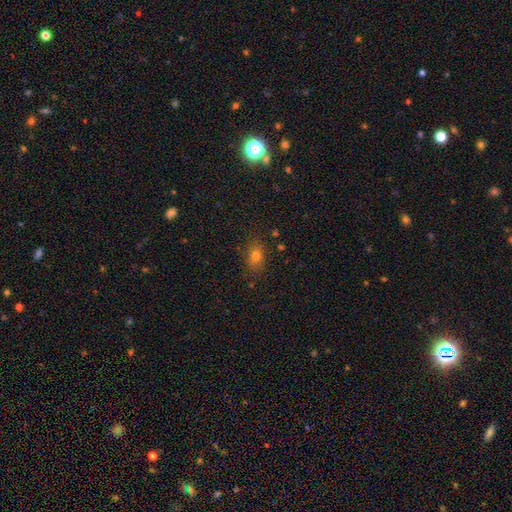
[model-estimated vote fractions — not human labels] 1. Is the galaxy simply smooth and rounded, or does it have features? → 74% smooth, 16% star or artifact, 10% featured or disk.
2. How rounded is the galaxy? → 70% in between, 28% round, 3% cigar-shaped.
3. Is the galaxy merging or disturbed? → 82% none, 13% minor disturbance, 3% major disturbance, 2% merger.